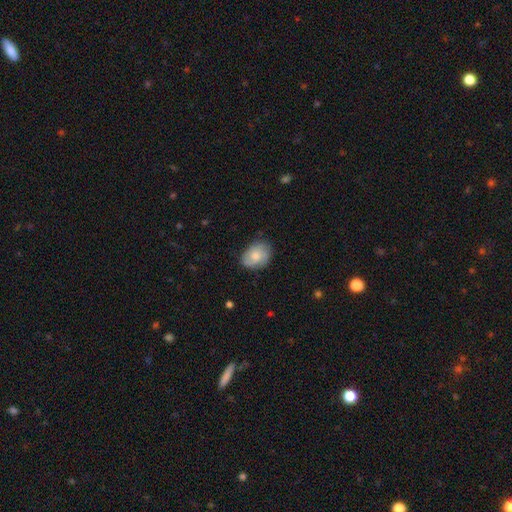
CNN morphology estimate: Smooth or featured?
  - smooth: 61% *
  - featured or disk: 32%
  - star or artifact: 7%
How rounded?
  - in between: 71% *
  - round: 28%
  - cigar-shaped: 1%
Merging?
  - none: 71% *
  - minor disturbance: 22%
  - major disturbance: 5%
  - merger: 1%